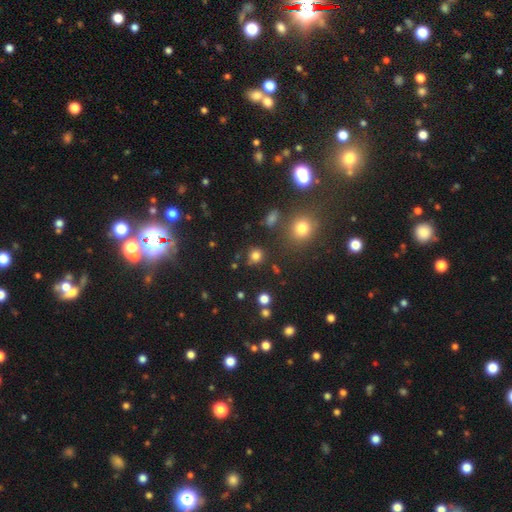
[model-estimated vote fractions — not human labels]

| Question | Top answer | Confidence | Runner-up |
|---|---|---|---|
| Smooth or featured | smooth | 77% | star or artifact (18%) |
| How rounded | round | 85% | in between (14%) |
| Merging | none | 79% | minor disturbance (11%) |